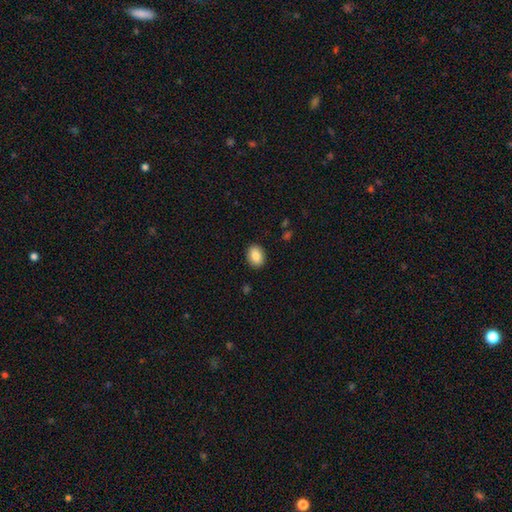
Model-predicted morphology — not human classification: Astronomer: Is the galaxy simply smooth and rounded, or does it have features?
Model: smooth — 87%.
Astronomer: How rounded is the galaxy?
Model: in between — 63%.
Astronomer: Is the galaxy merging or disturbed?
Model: none — 90%.